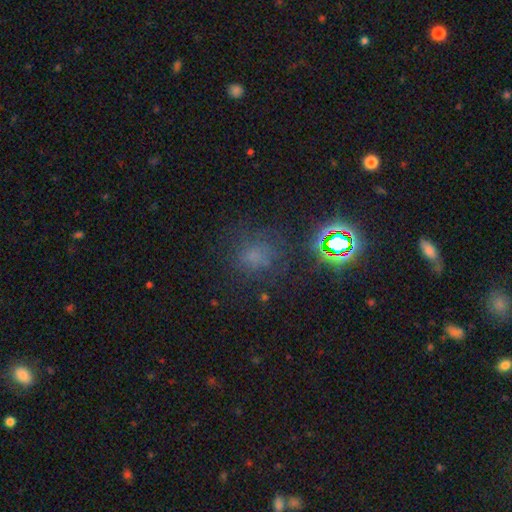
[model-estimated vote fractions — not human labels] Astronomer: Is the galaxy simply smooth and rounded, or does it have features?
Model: smooth — 51% (runner-up: star or artifact, 36%).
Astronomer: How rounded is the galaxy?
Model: round — 80%.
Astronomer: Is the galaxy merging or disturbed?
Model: none — 70%.